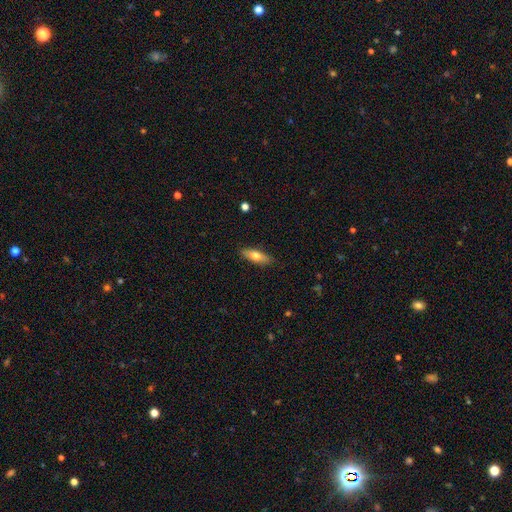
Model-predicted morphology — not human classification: Smooth or featured? smooth (66%)
How rounded? in between (56%)
Merging? none (88%)